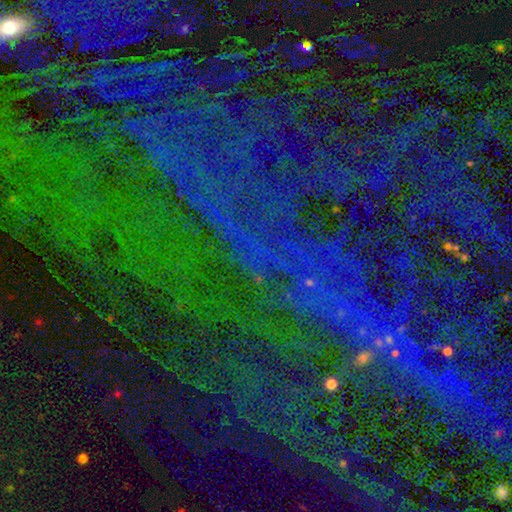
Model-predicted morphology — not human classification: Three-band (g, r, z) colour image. It shows a star or artifact, not a galaxy (84%).